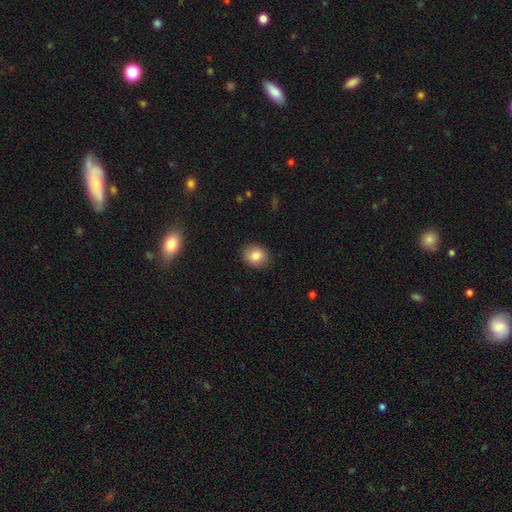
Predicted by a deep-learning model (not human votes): Q: Smooth or featured?
A: smooth (85%); runner-up: star or artifact (9%)
Q: How rounded?
A: round (65%); runner-up: in between (34%)
Q: Merging?
A: none (89%); runner-up: minor disturbance (8%)